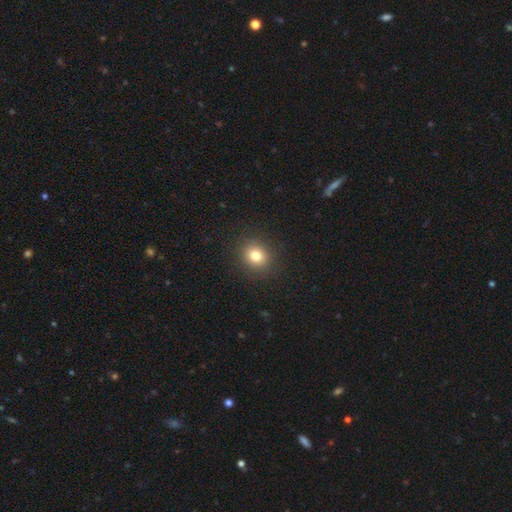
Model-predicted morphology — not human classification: Smooth or featured? Predicted: smooth (p=0.80). How rounded? Predicted: round (p=0.78). Merging? Predicted: none (p=0.90).